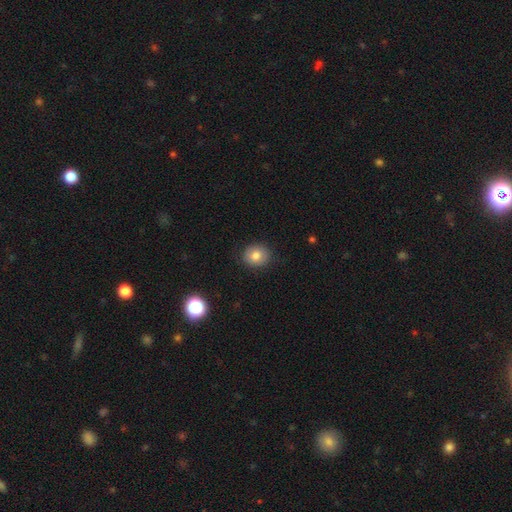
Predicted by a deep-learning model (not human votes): A smooth galaxy with no disk features (80%) that is round (75%).

Vote fractions:
- Smooth or featured? smooth: 80% / featured or disk: 10% / star or artifact: 10%
- How rounded? round: 75% / in between: 24% / cigar-shaped: 1%
- Merging? none: 86% / minor disturbance: 10% / major disturbance: 2% / merger: 1%